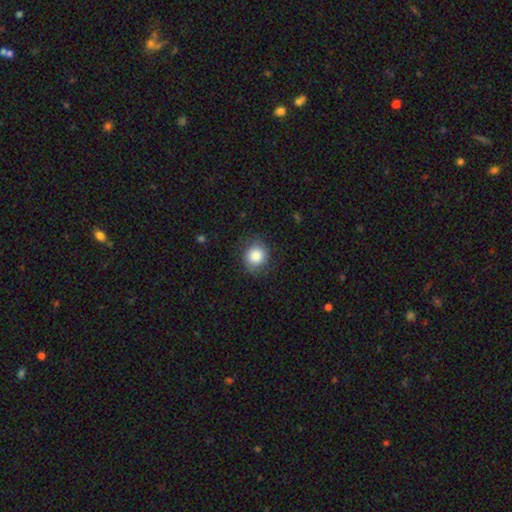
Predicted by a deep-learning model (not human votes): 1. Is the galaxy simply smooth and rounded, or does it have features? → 85% smooth, 9% star or artifact, 7% featured or disk.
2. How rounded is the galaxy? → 86% round, 13% in between, 1% cigar-shaped.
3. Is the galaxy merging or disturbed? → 84% none, 12% minor disturbance, 4% major disturbance, 1% merger.